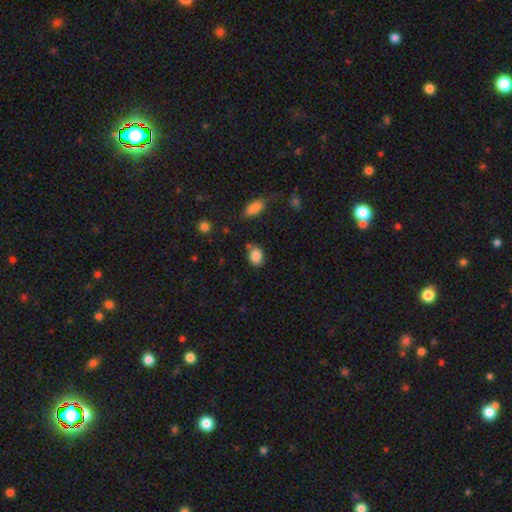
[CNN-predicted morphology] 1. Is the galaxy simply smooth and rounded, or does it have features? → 87% smooth, 9% star or artifact, 5% featured or disk.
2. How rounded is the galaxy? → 68% in between, 30% round, 1% cigar-shaped.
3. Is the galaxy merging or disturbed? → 72% none, 17% minor disturbance, 7% merger, 4% major disturbance.